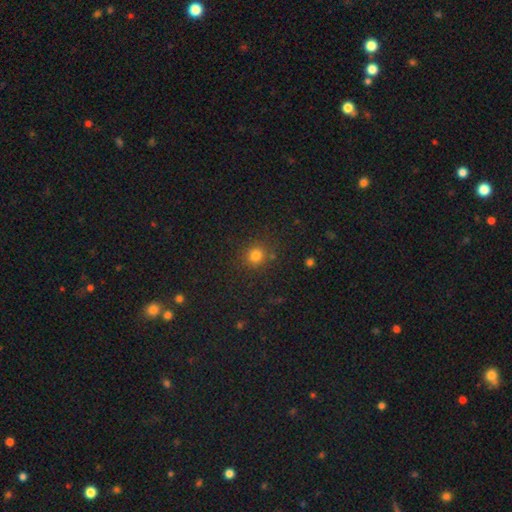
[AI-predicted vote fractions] smooth 80%, star or artifact 15%, featured or disk 5%. Down the decision tree: how rounded — round (89%); merging — none (84%).